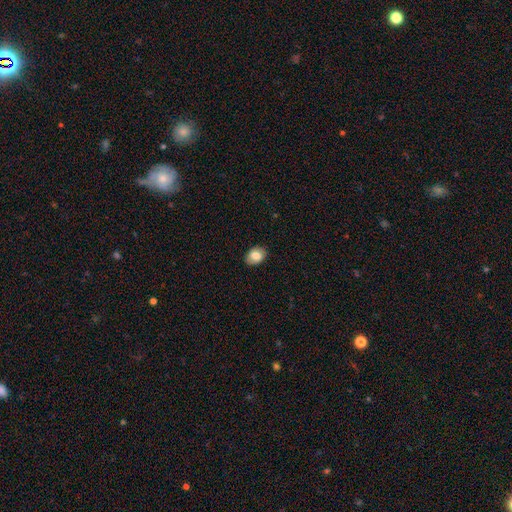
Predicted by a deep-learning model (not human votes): A smooth galaxy with no disk features (80%) that is in between round and cigar-shaped (75%). Merging: none (86%).